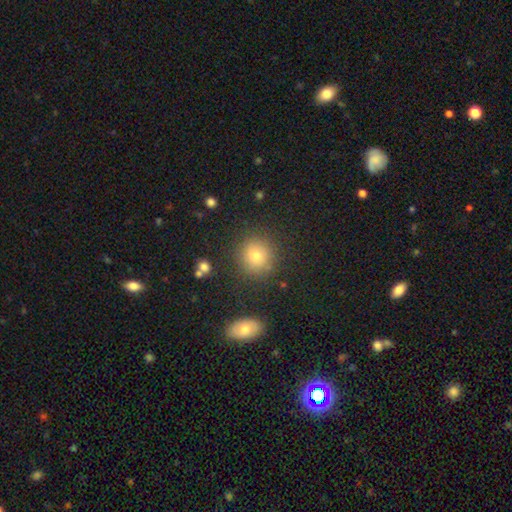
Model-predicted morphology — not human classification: This appears to be a smooth galaxy with no disk features (77%) that is round (86%). Merging: none (85%).